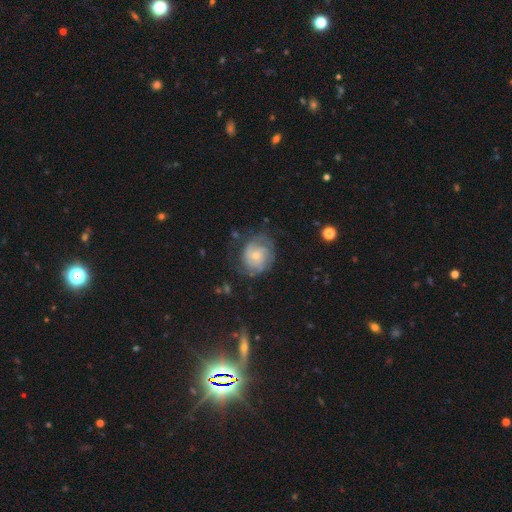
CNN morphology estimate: Overall: featured or disk (73%). Edge-on disk: no (98%). Bar: no (70%). Spiral arms: yes (90%). Spiral arm count: can't tell (36%; 2 33%). Spiral winding: tight (59%; medium 31%). Bulge size: small (61%; moderate 32%). Merging: none (64%).